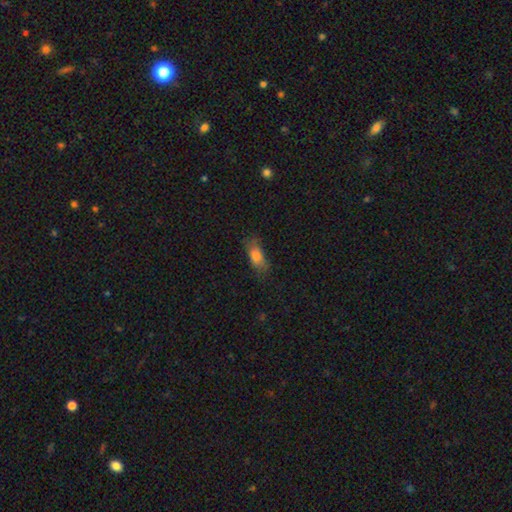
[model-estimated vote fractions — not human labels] Morphology: type=smooth (79%); roundness=in between (77%); merging=none (66%).